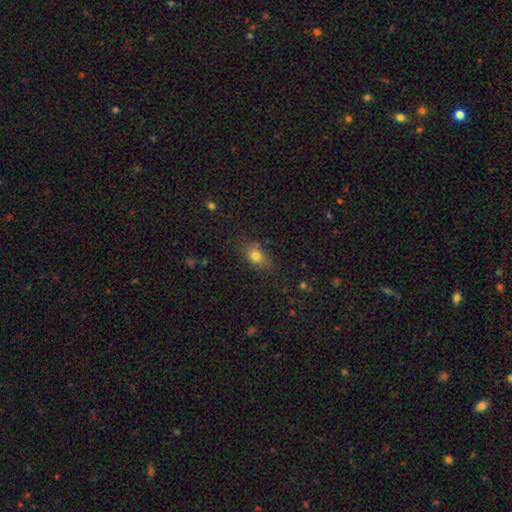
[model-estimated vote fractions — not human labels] Morphology: type=smooth (78%); roundness=in between (75%); merging=none (77%).